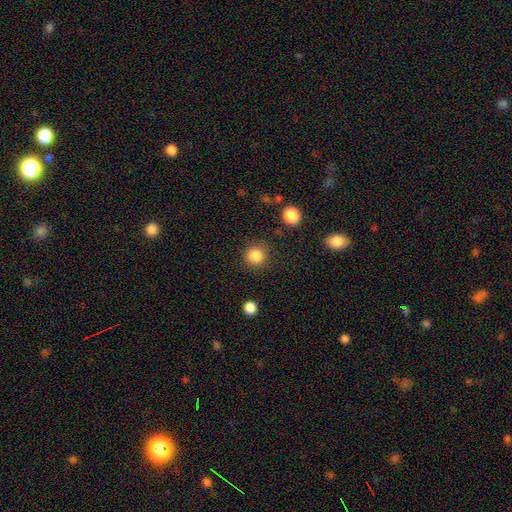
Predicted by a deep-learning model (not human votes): Smooth or featured? smooth (85%)
How rounded? round (92%)
Merging? none (86%)